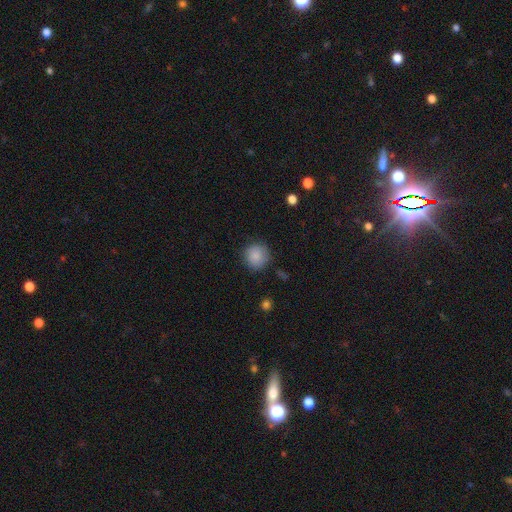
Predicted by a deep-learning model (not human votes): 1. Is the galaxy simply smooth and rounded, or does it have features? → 87% smooth, 8% star or artifact, 5% featured or disk.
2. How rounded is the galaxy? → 92% round, 7% in between, 1% cigar-shaped.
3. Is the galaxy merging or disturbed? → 85% none, 10% minor disturbance, 3% major disturbance, 1% merger.